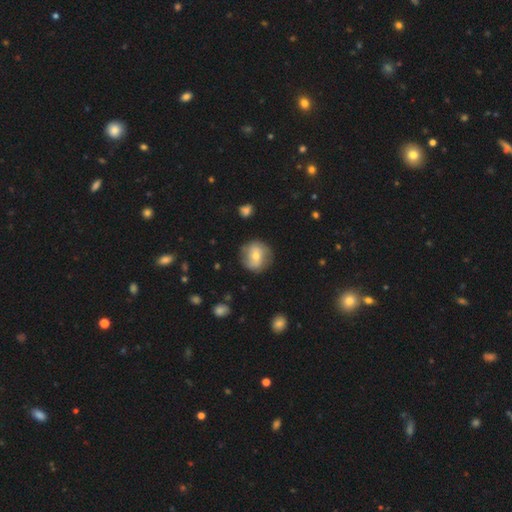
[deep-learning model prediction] Overall: smooth (50%; featured or disk 42%). How rounded: round (87%). Merging: none (79%).